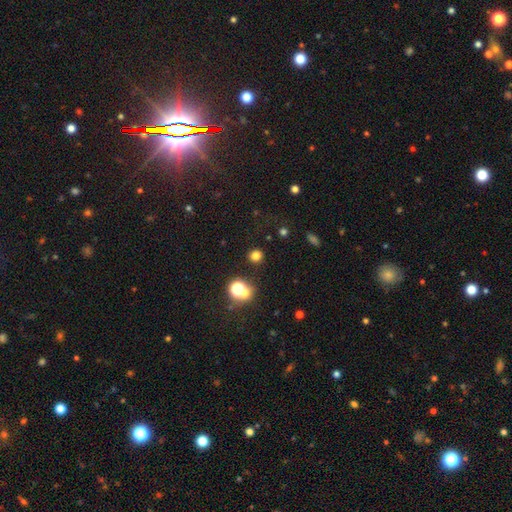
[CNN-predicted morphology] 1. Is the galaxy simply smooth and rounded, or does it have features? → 74% smooth, 21% star or artifact, 5% featured or disk.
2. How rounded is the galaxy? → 88% round, 11% in between, 1% cigar-shaped.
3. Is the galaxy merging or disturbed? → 86% none, 7% minor disturbance, 4% merger, 3% major disturbance.